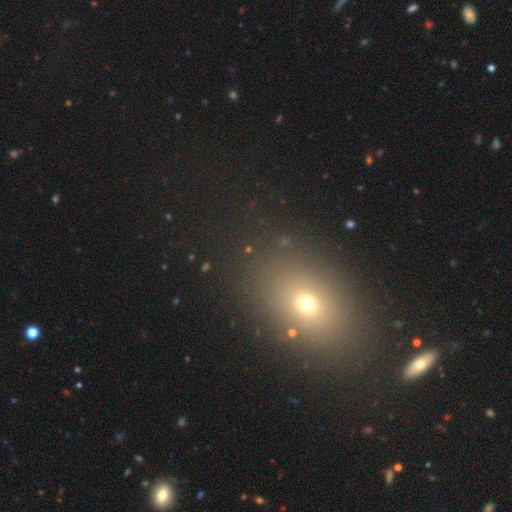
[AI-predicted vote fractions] smooth-or-featured: smooth: 57% | star or artifact: 30% | featured or disk: 12%
  how-rounded: in between: 65% | round: 32% | cigar-shaped: 3%
  merging: none: 85% | minor disturbance: 8% | major disturbance: 4% | merger: 4%